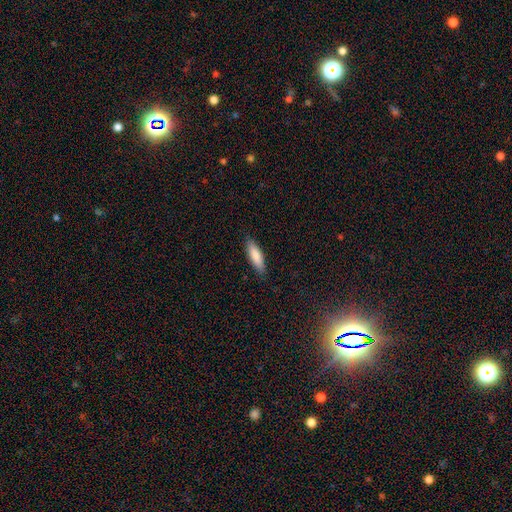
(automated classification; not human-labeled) Morphology: type=smooth (86%); roundness=cigar-shaped (58%); merging=none (87%).